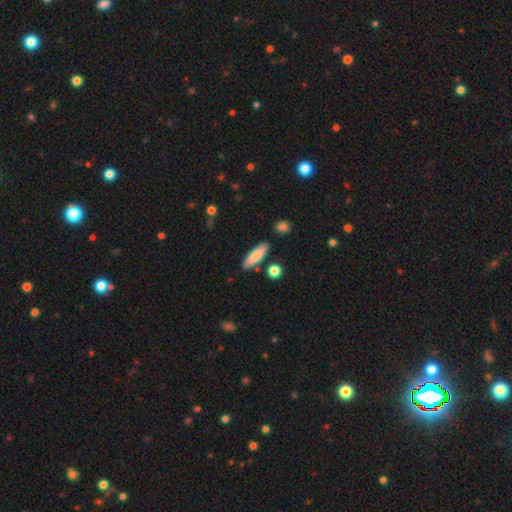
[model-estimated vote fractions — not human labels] The model was most divided on "how rounded": cigar-shaped: 52%, in between: 46%, round: 2%. More confident: merging — none (84%); smooth or featured — smooth (81%).